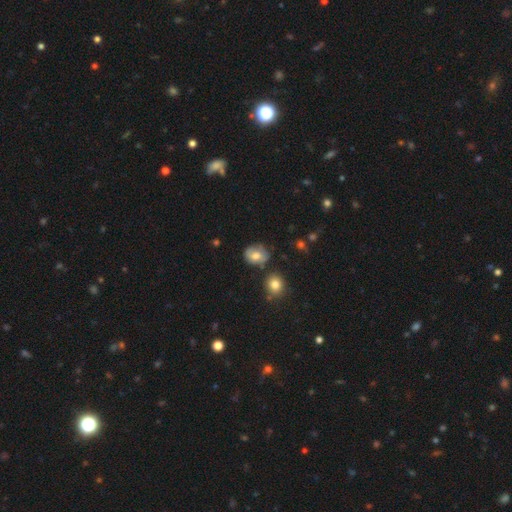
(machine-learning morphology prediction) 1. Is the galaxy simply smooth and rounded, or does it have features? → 69% smooth, 21% featured or disk, 10% star or artifact.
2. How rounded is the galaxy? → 61% round, 37% in between, 1% cigar-shaped.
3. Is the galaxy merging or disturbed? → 67% none, 21% minor disturbance, 6% merger, 5% major disturbance.